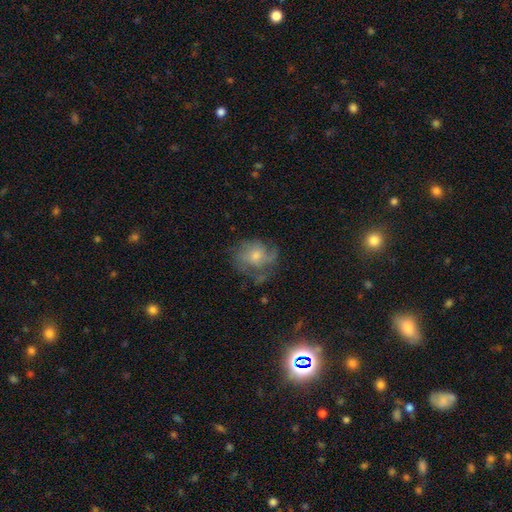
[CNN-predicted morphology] Smooth or featured: featured or disk — 49% (smooth — 41%)
Merging: none — 54% (minor disturbance — 24%)